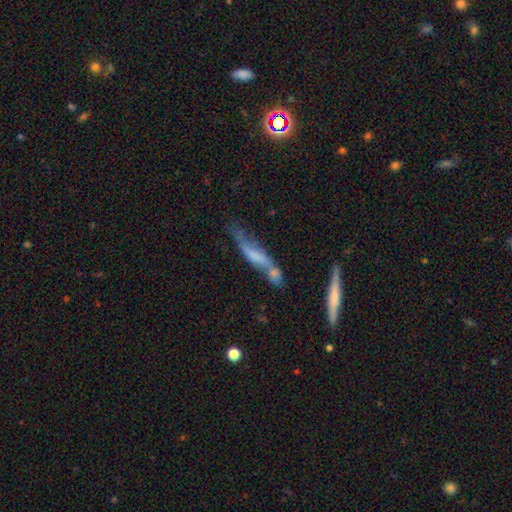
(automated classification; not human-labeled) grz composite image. It shows a featured or disk galaxy (52%) viewed edge-on (51%). Merging: merger (40%).